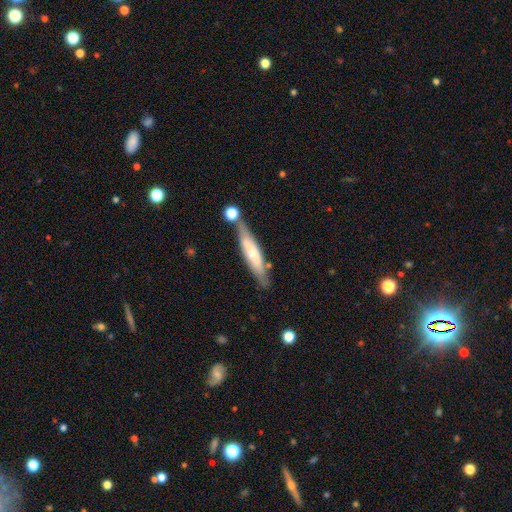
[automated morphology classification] The model was most divided on "smooth or featured" (2-way tie): smooth: 47%, featured or disk: 47%, star or artifact: 6%. More confident: merging — none (64%).